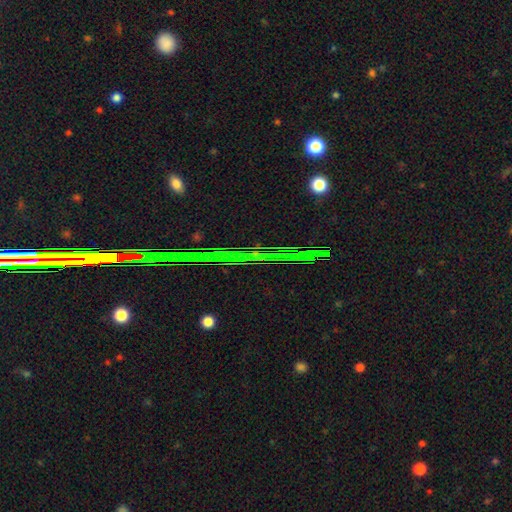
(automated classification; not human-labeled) This is likely a star or artifact rather than a galaxy (75%).